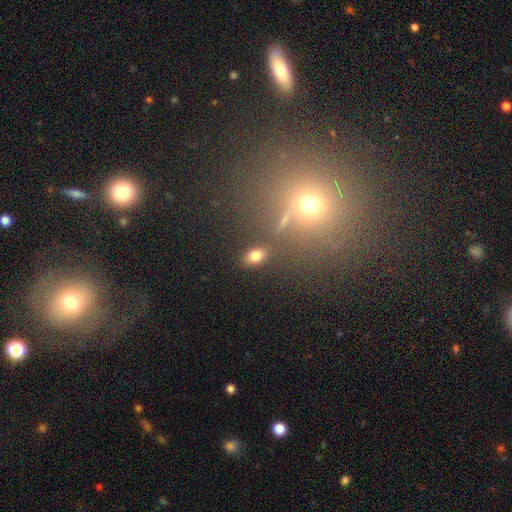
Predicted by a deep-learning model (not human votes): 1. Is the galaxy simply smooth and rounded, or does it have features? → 77% smooth, 13% star or artifact, 10% featured or disk.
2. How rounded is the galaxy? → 85% in between, 12% round, 4% cigar-shaped.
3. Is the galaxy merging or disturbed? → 82% none, 10% minor disturbance, 5% merger, 3% major disturbance.